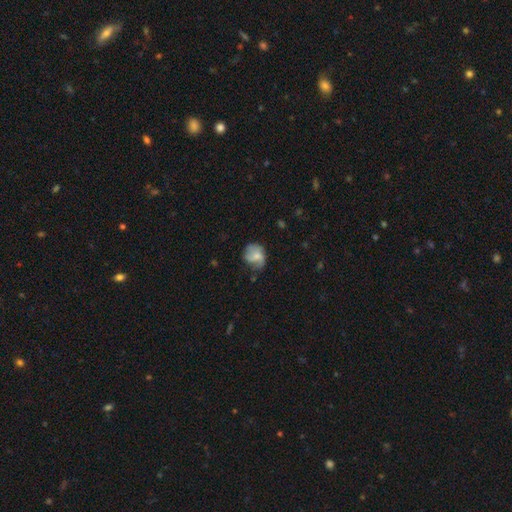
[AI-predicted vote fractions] A smooth galaxy with no disk features (56%) that is round (58%). Merging: none (48%).